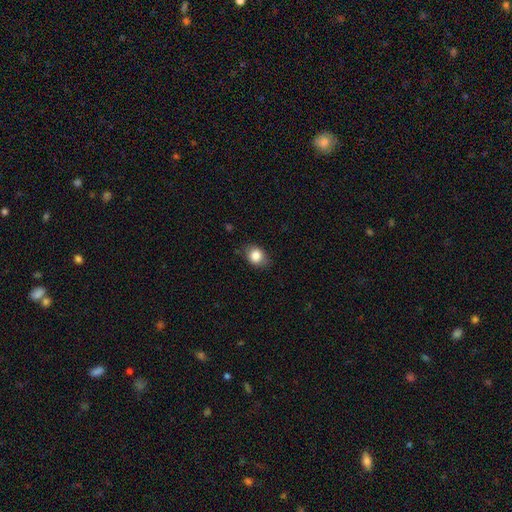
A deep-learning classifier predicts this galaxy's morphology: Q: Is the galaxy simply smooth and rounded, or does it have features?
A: smooth — 83%.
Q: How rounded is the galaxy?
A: in between — 53%.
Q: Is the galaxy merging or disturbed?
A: none — 78%.